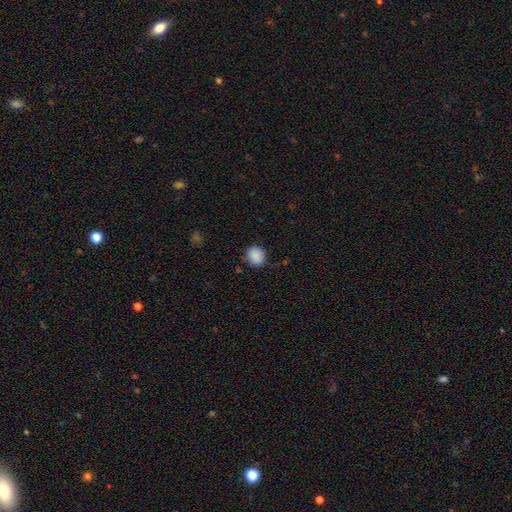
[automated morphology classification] This is clearly a smooth galaxy (88%). How rounded: clearly round (81%). Merging: clearly none (82%).